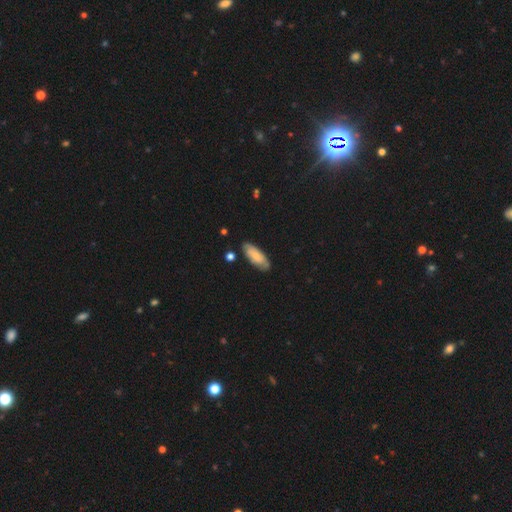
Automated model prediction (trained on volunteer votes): Smooth or featured: smooth — 68% (featured or disk — 25%)
How rounded: in between — 72% (cigar-shaped — 26%)
Merging: none — 75% (minor disturbance — 18%)